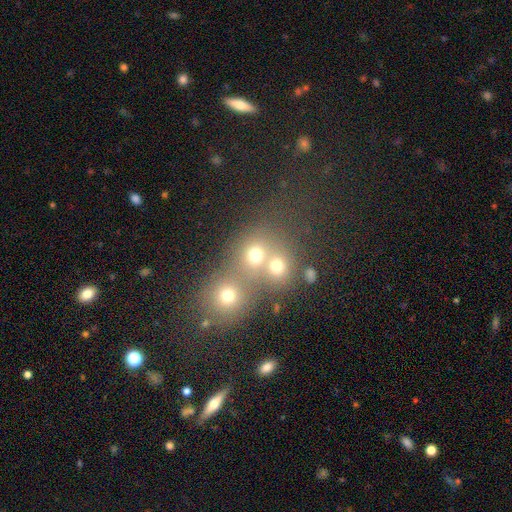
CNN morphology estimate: Q: Smooth or featured?
A: smooth (71%); runner-up: star or artifact (18%)
Q: How rounded?
A: round (79%); runner-up: in between (20%)
Q: Merging?
A: merger (56%); runner-up: none (36%)